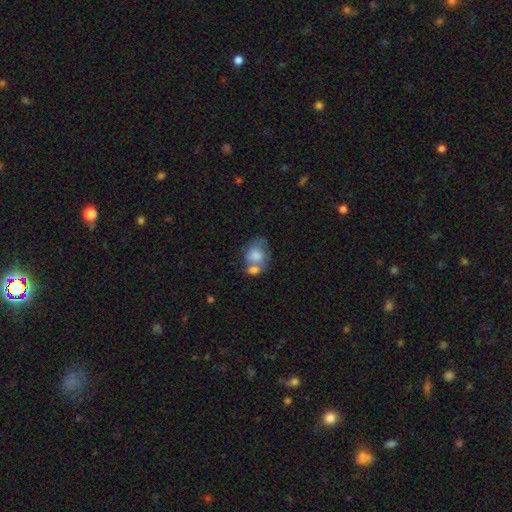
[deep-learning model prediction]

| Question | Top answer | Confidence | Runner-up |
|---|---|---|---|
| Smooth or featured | smooth | 69% | featured or disk (23%) |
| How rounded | in between | 57% | round (42%) |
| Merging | merger | 51% | none (24%) |